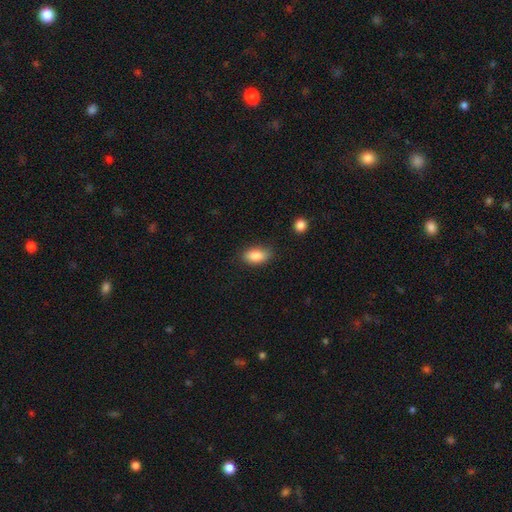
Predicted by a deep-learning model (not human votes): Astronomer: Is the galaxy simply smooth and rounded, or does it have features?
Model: smooth — 85%.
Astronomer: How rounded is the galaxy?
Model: in between — 90%.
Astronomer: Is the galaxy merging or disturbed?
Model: none — 78%.